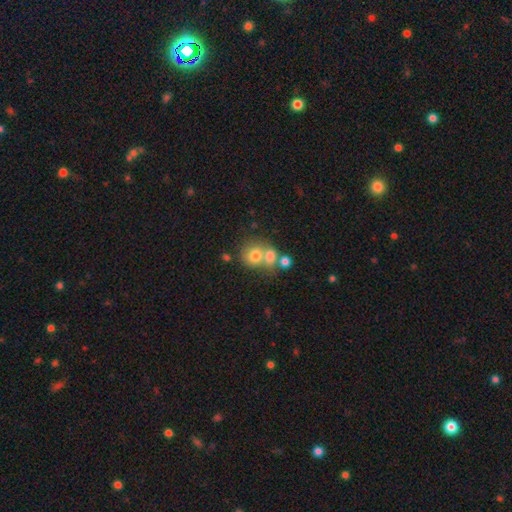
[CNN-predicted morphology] Smooth or featured? smooth (72%)
How rounded? round (75%)
Merging? merger (51%)